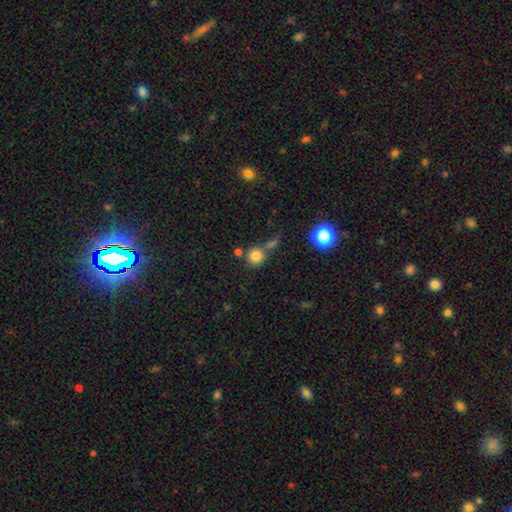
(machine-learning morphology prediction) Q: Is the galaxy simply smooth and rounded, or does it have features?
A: smooth — 81%.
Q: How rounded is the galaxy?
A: round — 91%.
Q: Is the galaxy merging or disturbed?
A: none — 63%.